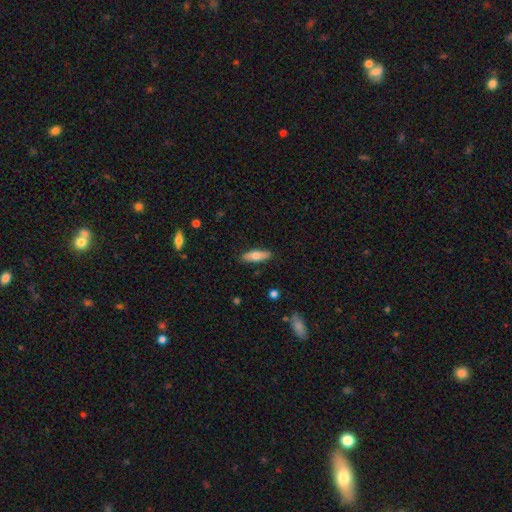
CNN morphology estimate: A smooth galaxy with no disk features (68%) that is in between round and cigar-shaped (55%).

Vote fractions:
- Smooth or featured? smooth: 68% / featured or disk: 26% / star or artifact: 6%
- How rounded? in between: 55% / cigar-shaped: 42% / round: 2%
- Merging? none: 87% / minor disturbance: 10% / major disturbance: 2% / merger: 1%